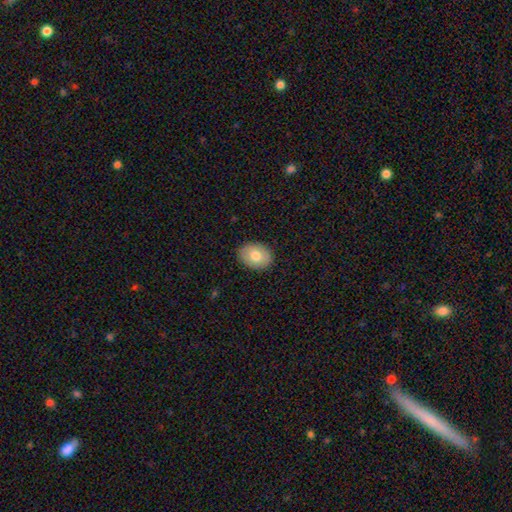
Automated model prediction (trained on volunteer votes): This appears to be a smooth galaxy with no disk features (77%) that is in between round and cigar-shaped (68%). Merging: none (89%).